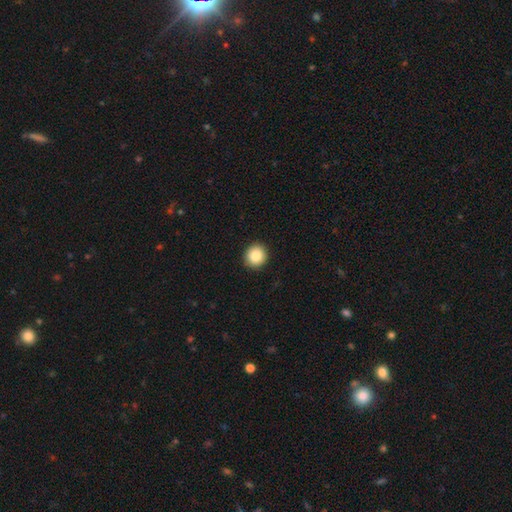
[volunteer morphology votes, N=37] Smooth or featured?
  - smooth: 89% *
  - featured or disk: 5%
  - star or artifact: 5%
How rounded?
  - round: 85% *
  - in between: 15%
  - cigar-shaped: 0%
Merging?
  - none: 97% *
  - minor disturbance: 3%
  - major disturbance: 0%
  - merger: 0%